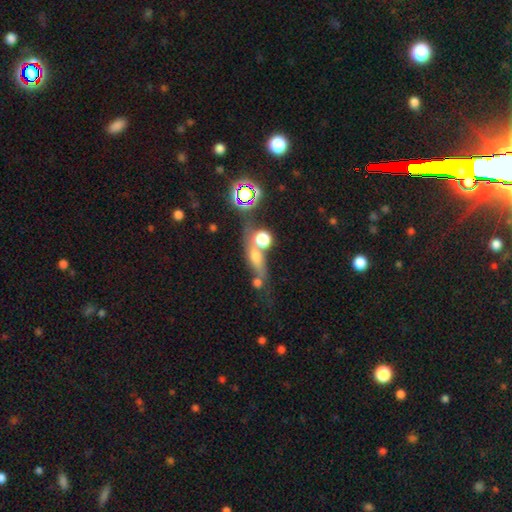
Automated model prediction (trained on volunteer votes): Smooth or featured?
  - smooth: 44% *
  - star or artifact: 29%
  - featured or disk: 28%
Merging?
  - none: 49% *
  - merger: 26%
  - minor disturbance: 15%
  - major disturbance: 10%